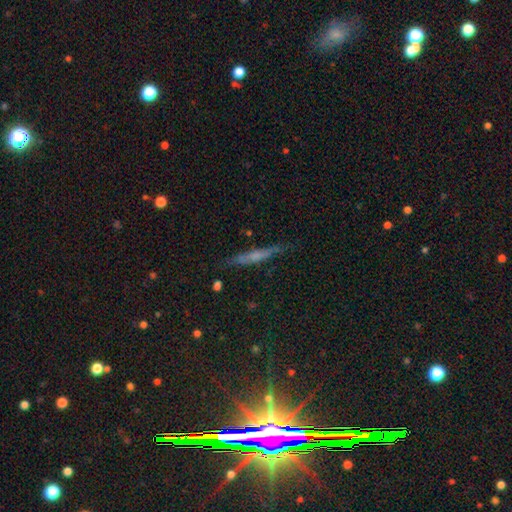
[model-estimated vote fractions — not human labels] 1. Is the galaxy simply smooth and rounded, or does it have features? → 55% featured or disk, 33% smooth, 12% star or artifact.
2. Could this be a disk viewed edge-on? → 93% yes, 7% no.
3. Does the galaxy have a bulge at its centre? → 45% rounded, 39% none, 15% boxy.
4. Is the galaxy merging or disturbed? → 81% none, 14% minor disturbance, 3% major disturbance, 2% merger.